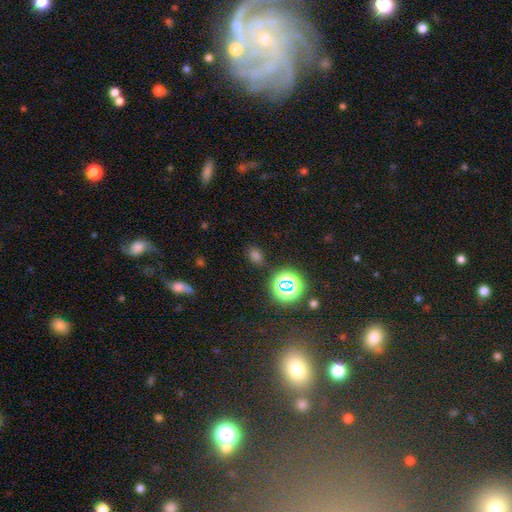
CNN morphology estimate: This appears to be a smooth galaxy with no disk features (61%) that is in between round and cigar-shaped (58%). Merging: none (80%).